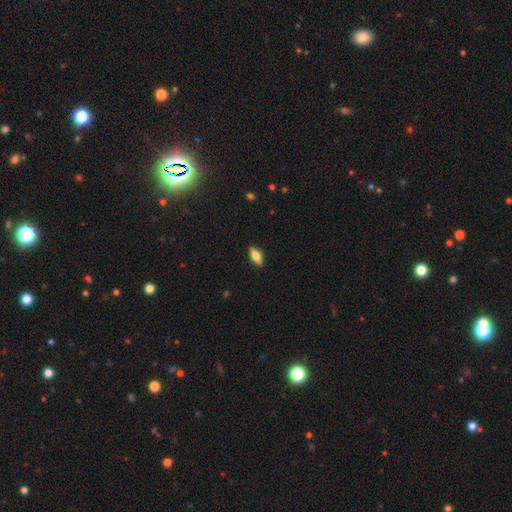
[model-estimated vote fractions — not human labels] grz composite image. It shows a smooth galaxy with no disk features (64%) that is in between round and cigar-shaped (75%). Merging: none (88%).